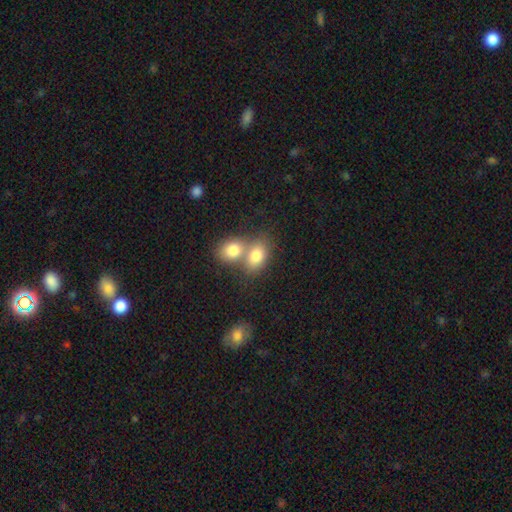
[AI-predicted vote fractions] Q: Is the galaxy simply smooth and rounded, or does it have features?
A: smooth — 79%.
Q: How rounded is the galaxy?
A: in between — 74%.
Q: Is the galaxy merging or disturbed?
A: merger — 61%.